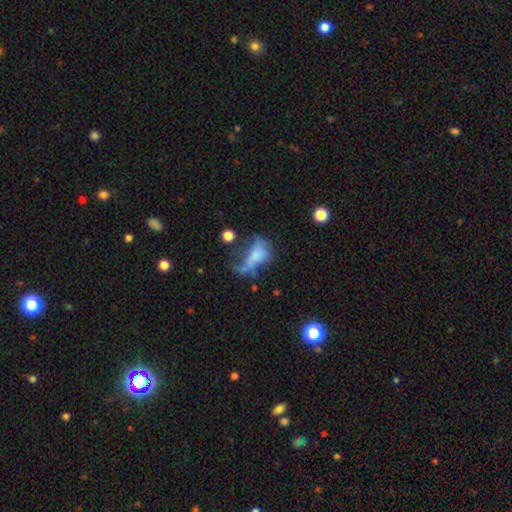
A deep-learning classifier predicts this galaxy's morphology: smooth-or-featured: smooth: 58% | featured or disk: 30% | star or artifact: 13%
  how-rounded: in between: 81% | round: 13% | cigar-shaped: 6%
  merging: major disturbance: 50% | minor disturbance: 18% | none: 18% | merger: 14%